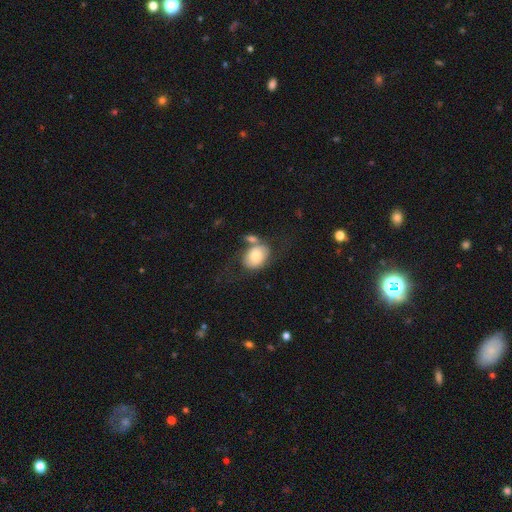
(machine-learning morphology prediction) Smooth or featured: smooth — 73% (featured or disk — 20%)
How rounded: in between — 71% (round — 28%)
Merging: none — 44% (merger — 28%)